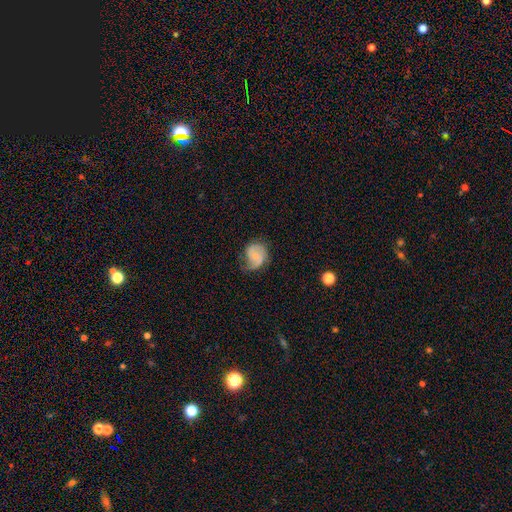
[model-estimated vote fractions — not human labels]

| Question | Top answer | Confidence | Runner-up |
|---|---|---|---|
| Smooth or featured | featured or disk | 51% | smooth (41%) |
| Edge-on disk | no | 98% | yes (2%) |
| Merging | none | 46% | minor disturbance (32%) |